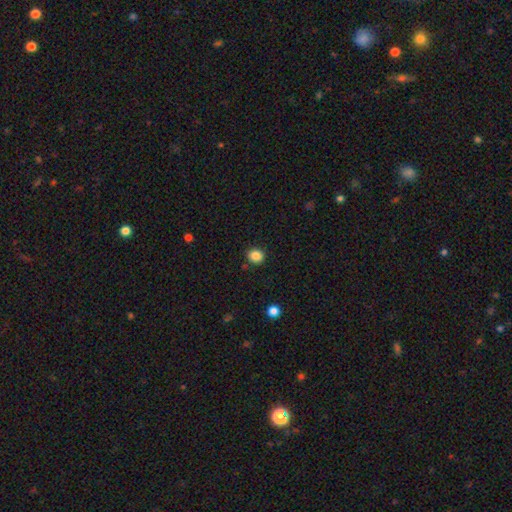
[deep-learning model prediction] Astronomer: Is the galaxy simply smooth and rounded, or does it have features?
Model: smooth — 86%.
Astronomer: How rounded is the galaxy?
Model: round — 76%.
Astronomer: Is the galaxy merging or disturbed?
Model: none — 87%.